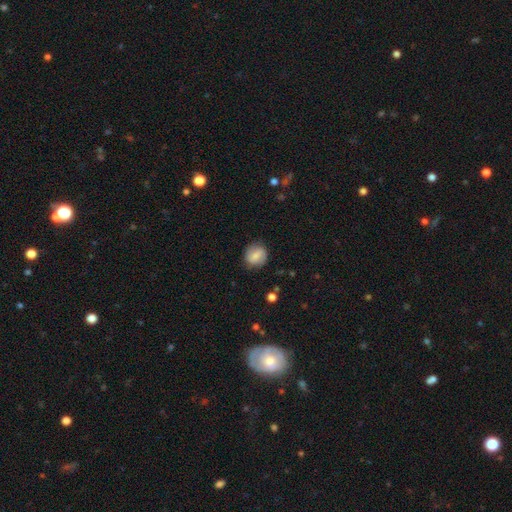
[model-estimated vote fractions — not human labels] This appears to be a smooth galaxy with no disk features (73%) that is round (84%). Merging: none (83%).